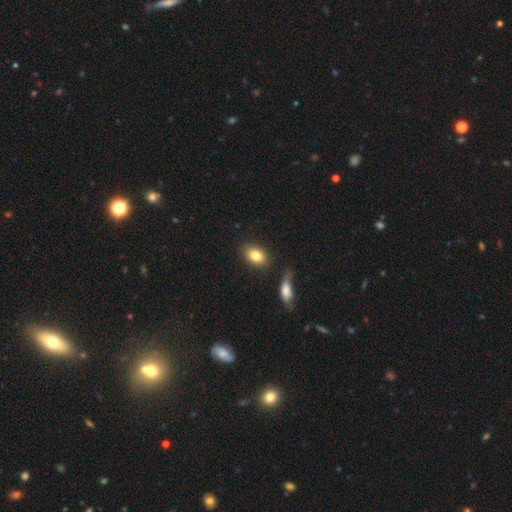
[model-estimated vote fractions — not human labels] Morphology: type=smooth (83%); roundness=in between (84%); merging=none (79%).